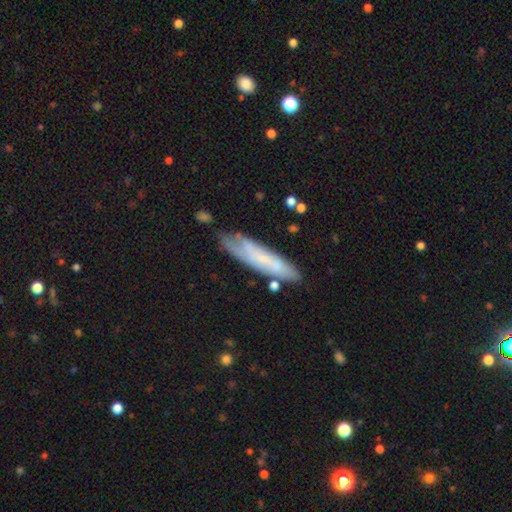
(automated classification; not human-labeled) smooth 47%, featured or disk 45%, star or artifact 8%. Down the decision tree: merging — none (72%).